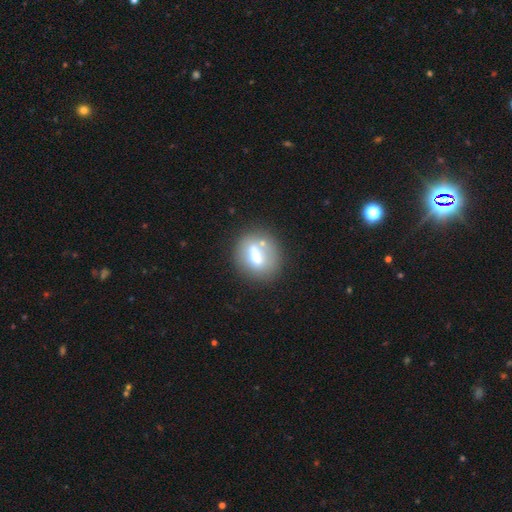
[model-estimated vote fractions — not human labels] This appears to be a smooth galaxy with no disk features (58%) that is round (67%). Merging: none (65%).